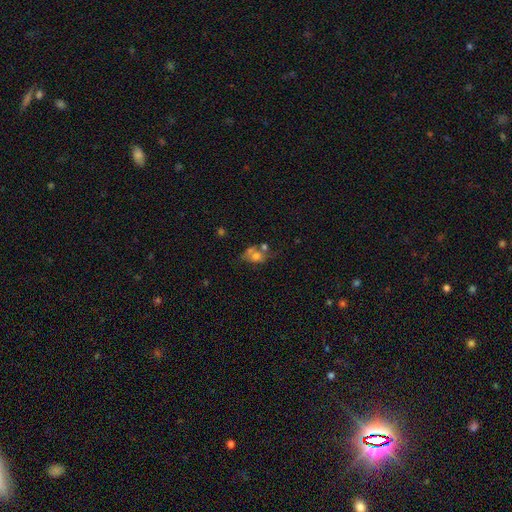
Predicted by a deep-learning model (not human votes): A smooth galaxy with no disk features (56%) that is in between round and cigar-shaped (59%). Merging: merger (41%).